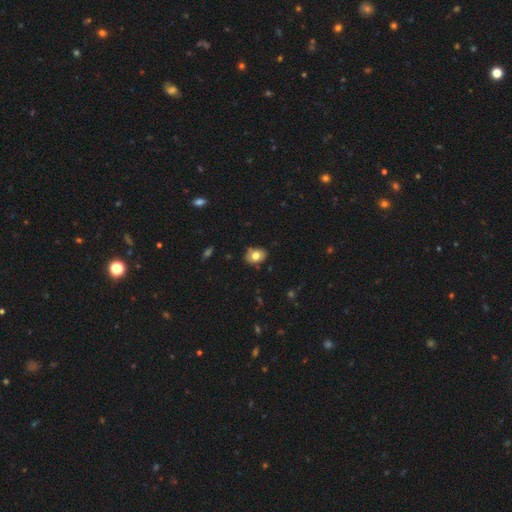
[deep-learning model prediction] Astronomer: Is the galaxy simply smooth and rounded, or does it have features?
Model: smooth — 76%.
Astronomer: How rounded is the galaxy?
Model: in between — 69%.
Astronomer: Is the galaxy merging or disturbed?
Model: none — 79%.